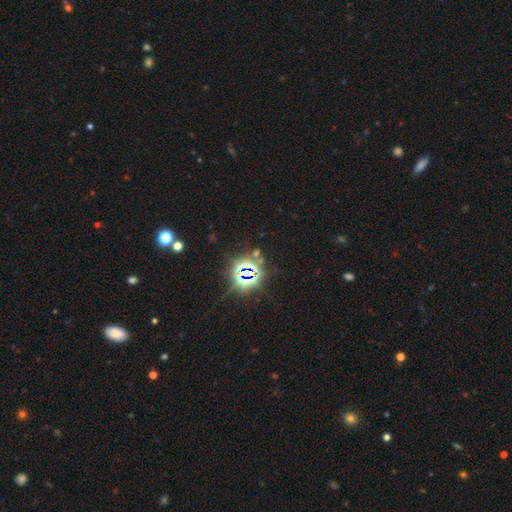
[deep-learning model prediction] smooth-or-featured: star or artifact: 82% | smooth: 10% | featured or disk: 7%